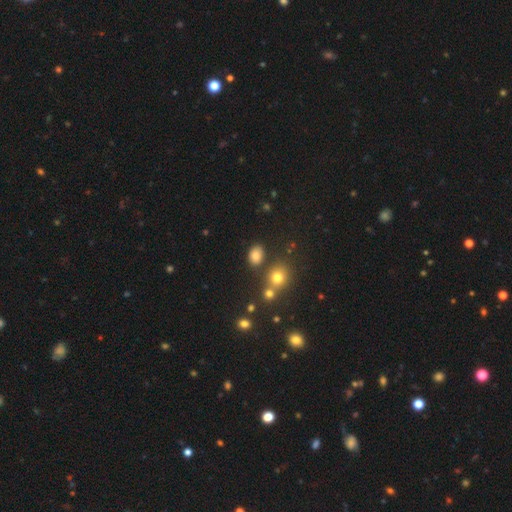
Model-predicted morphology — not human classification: Smooth or featured?
  - smooth: 80% *
  - star or artifact: 14%
  - featured or disk: 6%
How rounded?
  - in between: 67% *
  - round: 32%
  - cigar-shaped: 1%
Merging?
  - none: 77% *
  - minor disturbance: 12%
  - merger: 8%
  - major disturbance: 4%